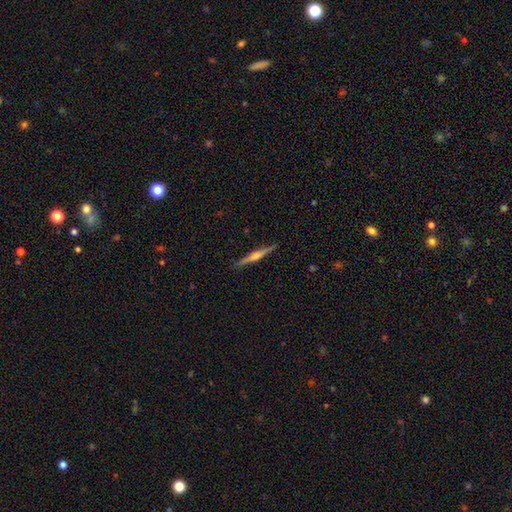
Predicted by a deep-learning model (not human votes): This appears to be a featured or disk galaxy (72%) viewed edge-on (98%) with a rounded central bulge (84%). Merging: none (91%).